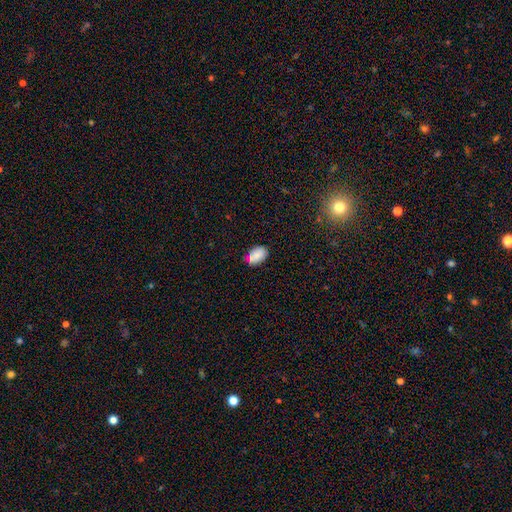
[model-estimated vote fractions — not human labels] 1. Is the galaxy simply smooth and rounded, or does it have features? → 83% smooth, 9% star or artifact, 8% featured or disk.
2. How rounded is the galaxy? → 88% in between, 11% round, 1% cigar-shaped.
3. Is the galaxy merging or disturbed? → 70% none, 17% minor disturbance, 10% merger, 3% major disturbance.